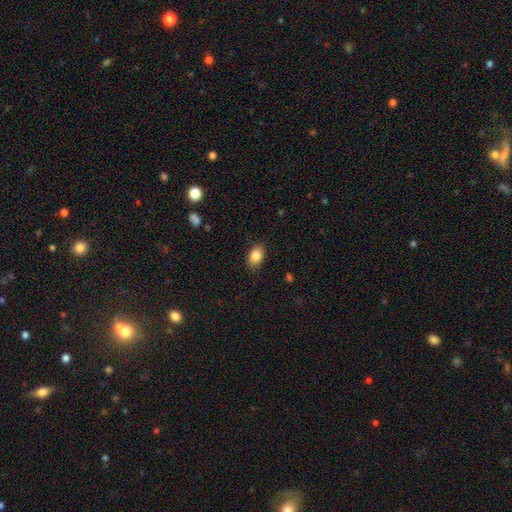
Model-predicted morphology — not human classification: Smooth or featured?
  - smooth: 85% *
  - star or artifact: 8%
  - featured or disk: 7%
How rounded?
  - in between: 81% *
  - round: 18%
  - cigar-shaped: 1%
Merging?
  - none: 85% *
  - minor disturbance: 11%
  - major disturbance: 3%
  - merger: 1%